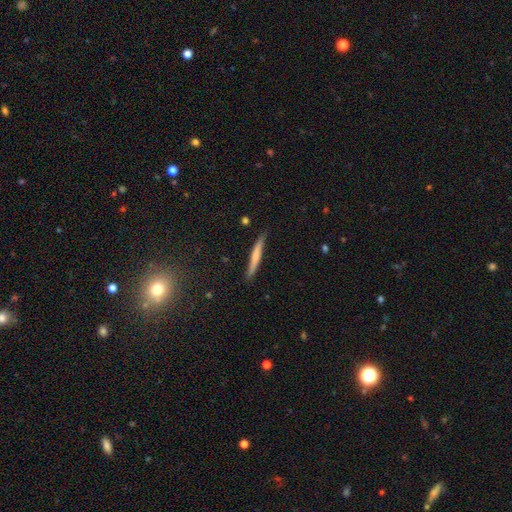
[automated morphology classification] Smooth or featured?
  - smooth: 60% *
  - featured or disk: 34%
  - star or artifact: 6%
How rounded?
  - cigar-shaped: 95% *
  - in between: 3%
  - round: 1%
Merging?
  - none: 84% *
  - minor disturbance: 12%
  - major disturbance: 2%
  - merger: 1%